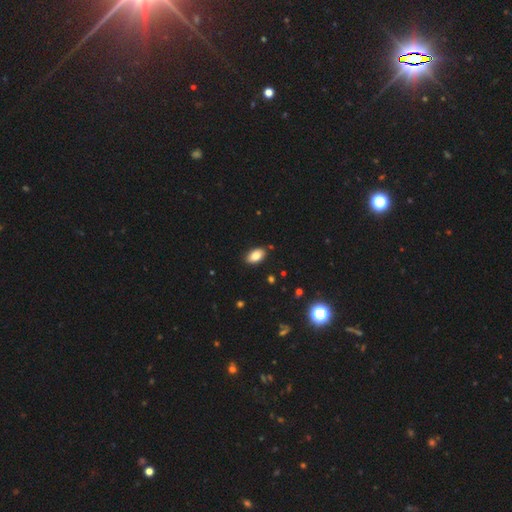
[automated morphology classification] This appears to be a smooth galaxy with no disk features (84%) that is in between round and cigar-shaped (92%). Merging: none (86%).